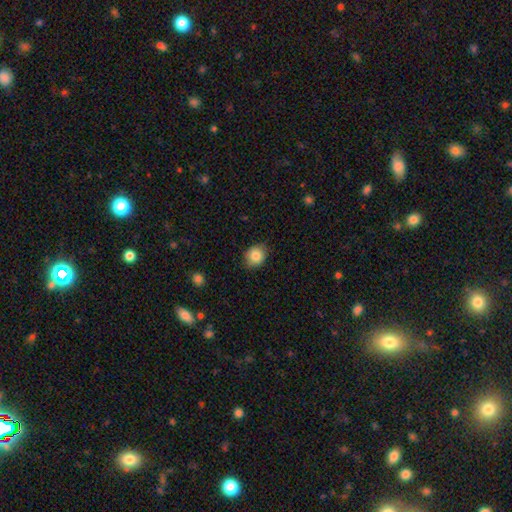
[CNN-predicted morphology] Smooth or featured?
  - smooth: 85% *
  - star or artifact: 9%
  - featured or disk: 6%
How rounded?
  - round: 64% *
  - in between: 35%
  - cigar-shaped: 1%
Merging?
  - none: 84% *
  - minor disturbance: 13%
  - major disturbance: 2%
  - merger: 1%